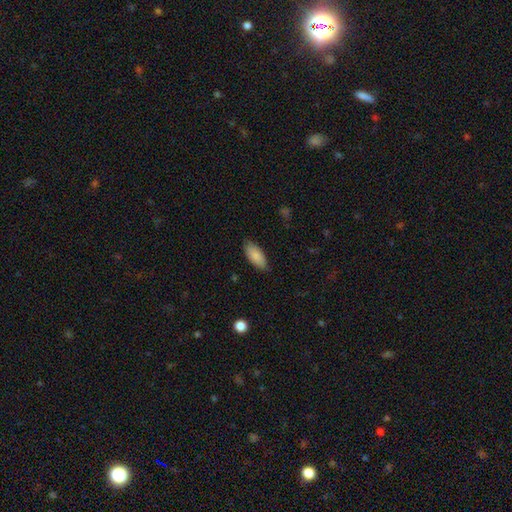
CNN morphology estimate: This is clearly a smooth galaxy (87%). How rounded: clearly in between (87%). Merging: clearly none (83%).